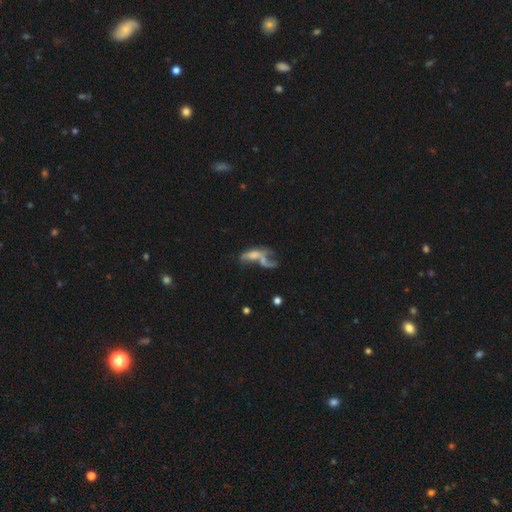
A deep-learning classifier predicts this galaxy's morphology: Smooth or featured? featured or disk (50%)
Merging? merger (46%)